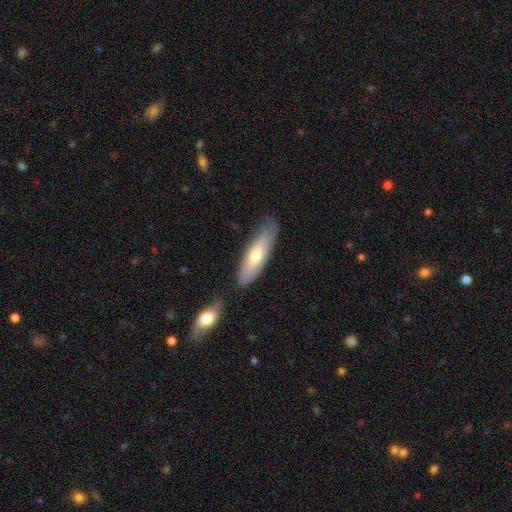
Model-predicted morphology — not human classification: This appears to be a smooth galaxy with no disk features (60%) that is cigar-shaped (54%). Merging: none (76%).